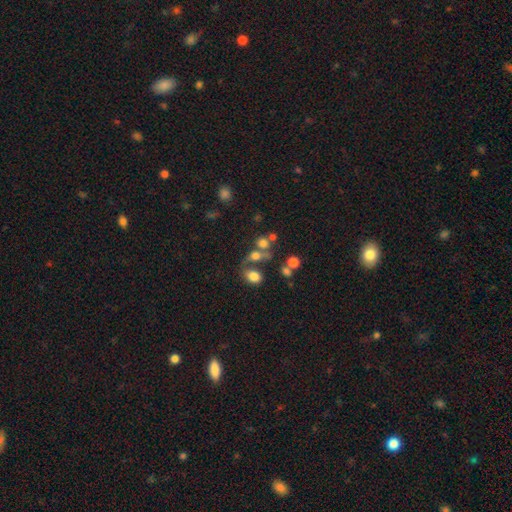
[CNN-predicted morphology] This is likely a smooth galaxy (64%). How rounded: possibly in between (54%). Merging: marginally merger (41%).